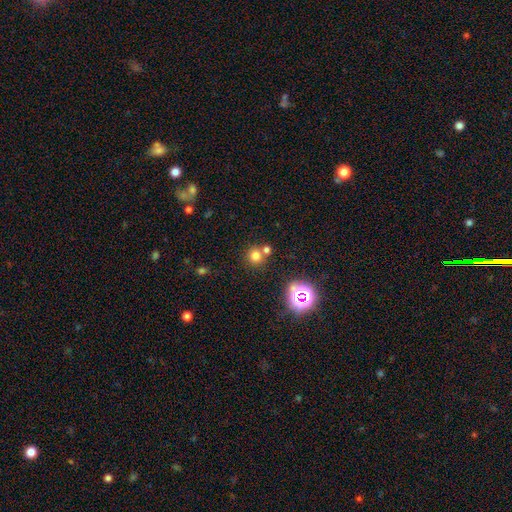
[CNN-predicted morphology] smooth-or-featured: smooth: 71% | star or artifact: 21% | featured or disk: 8%
  how-rounded: round: 91% | in between: 8% | cigar-shaped: 1%
  merging: none: 65% | merger: 25% | minor disturbance: 7% | major disturbance: 3%